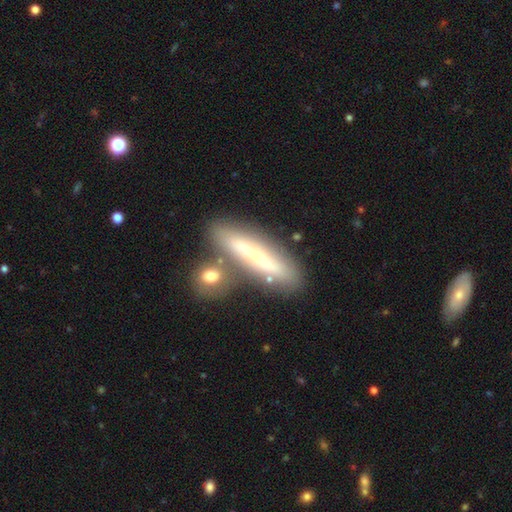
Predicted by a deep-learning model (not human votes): Smooth or featured: smooth — 47% (featured or disk — 45%)
Merging: none — 65% (merger — 17%)